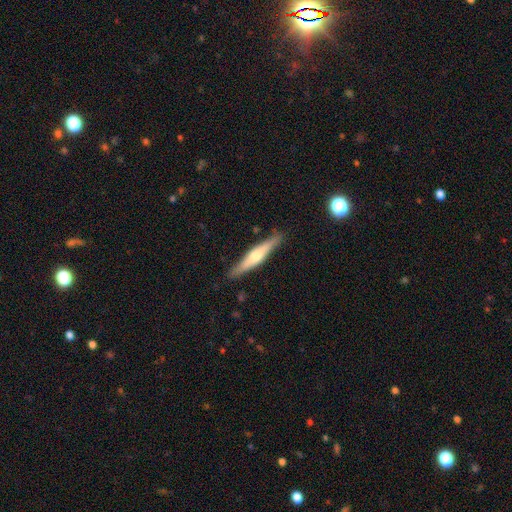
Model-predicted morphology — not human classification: Smooth or featured? Predicted: featured or disk (p=0.62). Edge-on disk? Predicted: yes (p=0.96). Edge-on bulge? Predicted: rounded (p=0.87). Merging? Predicted: none (p=0.87).